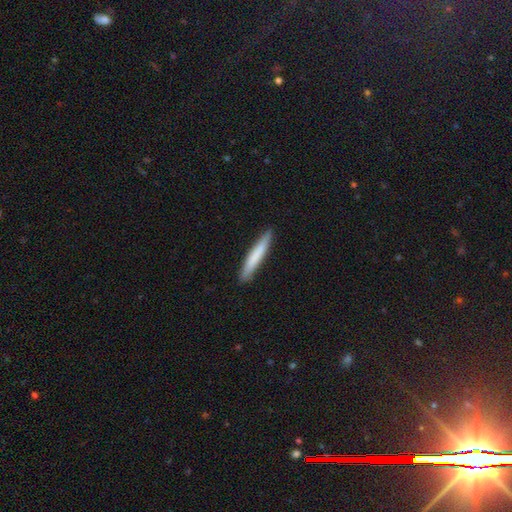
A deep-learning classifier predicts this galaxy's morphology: Overall: smooth (74%). How rounded: cigar-shaped (95%). Merging: none (90%).